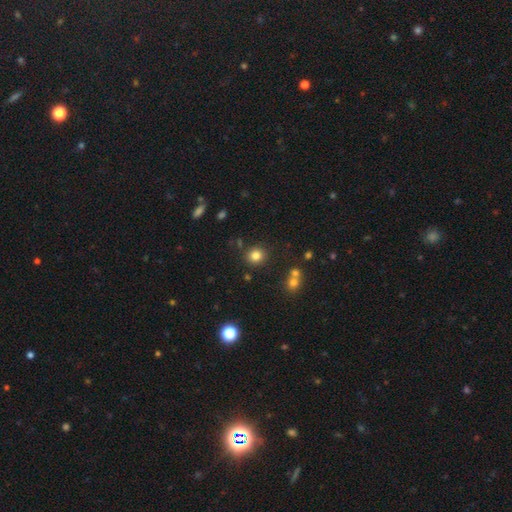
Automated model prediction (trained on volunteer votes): smooth_or_featured: smooth (p=0.81) [alt: star or artifact p=0.12]
how_rounded: round (p=0.85) [alt: in between p=0.15]
merging: none (p=0.84) [alt: minor disturbance p=0.08]